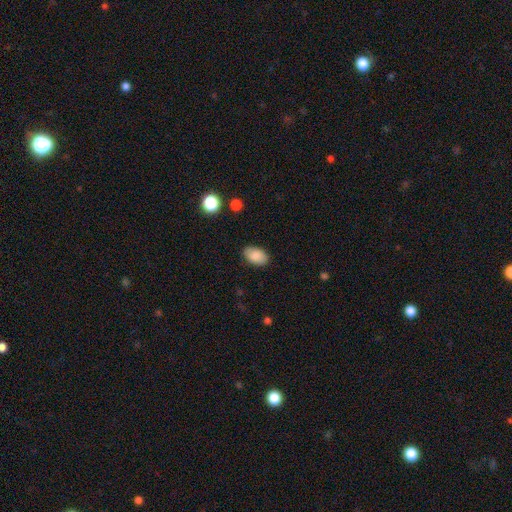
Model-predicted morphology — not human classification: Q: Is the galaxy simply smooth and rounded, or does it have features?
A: smooth — 88%.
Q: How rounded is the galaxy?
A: in between — 92%.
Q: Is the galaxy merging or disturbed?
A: none — 86%.